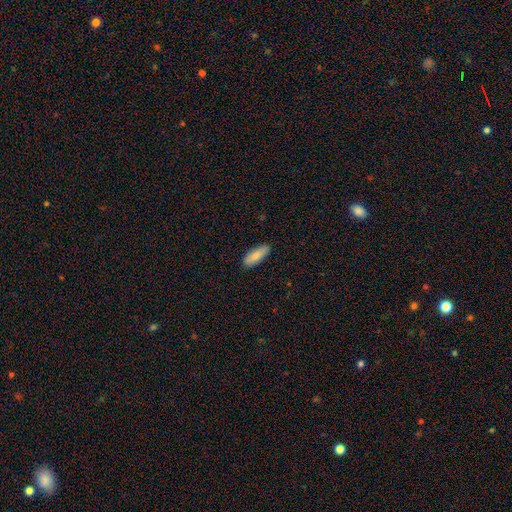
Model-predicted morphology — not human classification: smooth_or_featured: smooth (p=0.83) [alt: featured or disk p=0.11]
how_rounded: in between (p=0.72) [alt: cigar-shaped p=0.26]
merging: none (p=0.88) [alt: minor disturbance p=0.10]